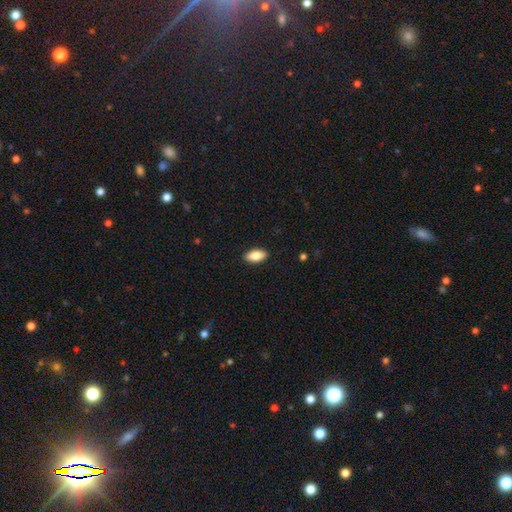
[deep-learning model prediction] smooth_or_featured: smooth (p=0.83) [alt: featured or disk p=0.10]
how_rounded: in between (p=0.91) [alt: cigar-shaped p=0.07]
merging: none (p=0.90) [alt: minor disturbance p=0.07]